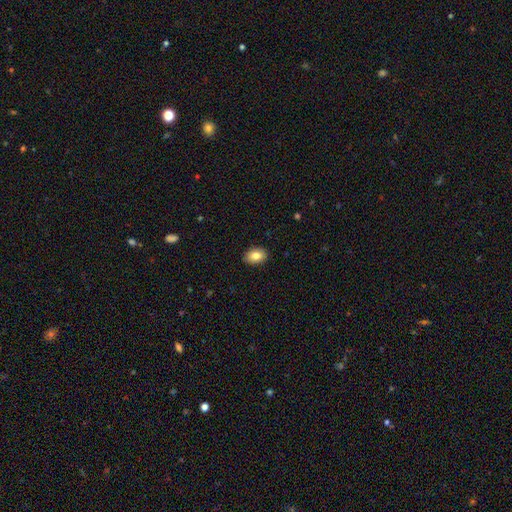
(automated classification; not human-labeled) A smooth galaxy with no disk features (84%) that is in between round and cigar-shaped (84%).

Vote fractions:
- Smooth or featured? smooth: 84% / featured or disk: 8% / star or artifact: 7%
- How rounded? in between: 84% / round: 14% / cigar-shaped: 1%
- Merging? none: 89% / minor disturbance: 8% / major disturbance: 2% / merger: 1%